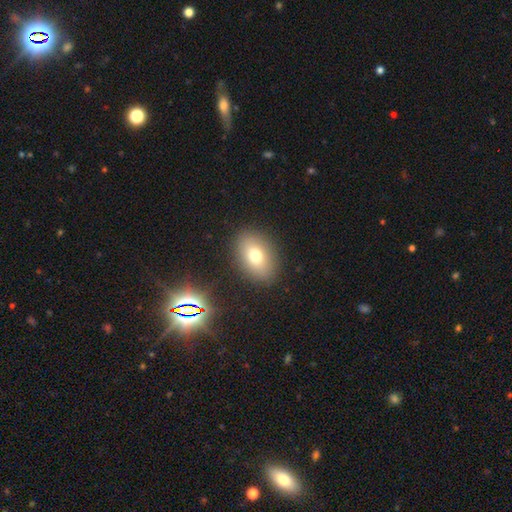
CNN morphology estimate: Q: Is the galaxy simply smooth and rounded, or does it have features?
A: smooth — 74%.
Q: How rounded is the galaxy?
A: in between — 82%.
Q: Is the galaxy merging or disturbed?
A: none — 87%.